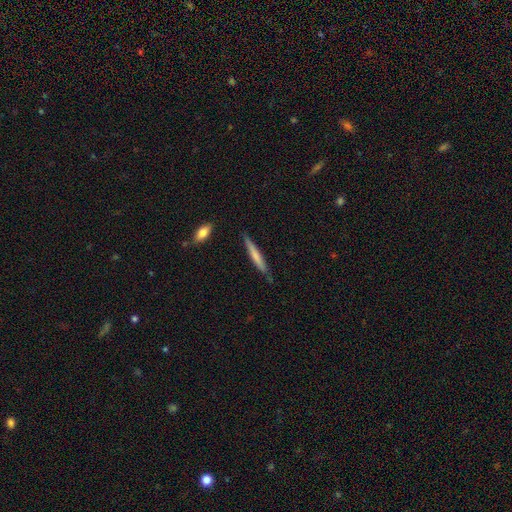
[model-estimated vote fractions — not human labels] smooth 65%, featured or disk 30%, star or artifact 5%. Down the decision tree: how rounded — cigar-shaped (95%); merging — none (84%).